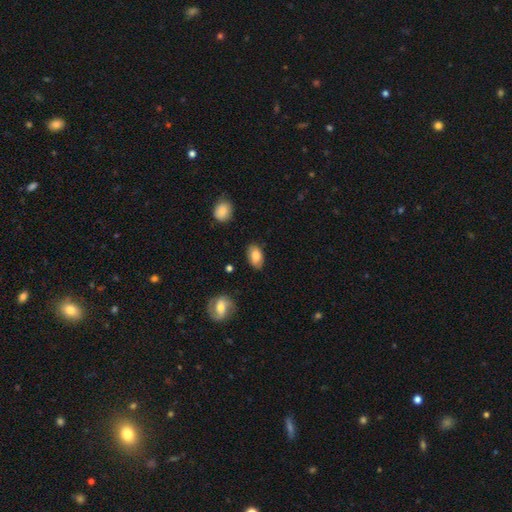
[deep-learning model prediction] smooth_or_featured: smooth (p=0.80) [alt: featured or disk p=0.13]
how_rounded: in between (p=0.91) [alt: round p=0.07]
merging: none (p=0.76) [alt: minor disturbance p=0.18]